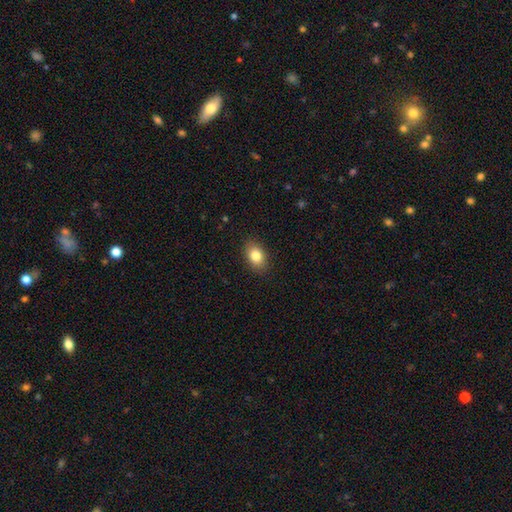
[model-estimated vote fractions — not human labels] smooth-or-featured: smooth: 83% | star or artifact: 8% | featured or disk: 8%
  how-rounded: in between: 81% | round: 17% | cigar-shaped: 1%
  merging: none: 87% | minor disturbance: 9% | major disturbance: 2% | merger: 1%